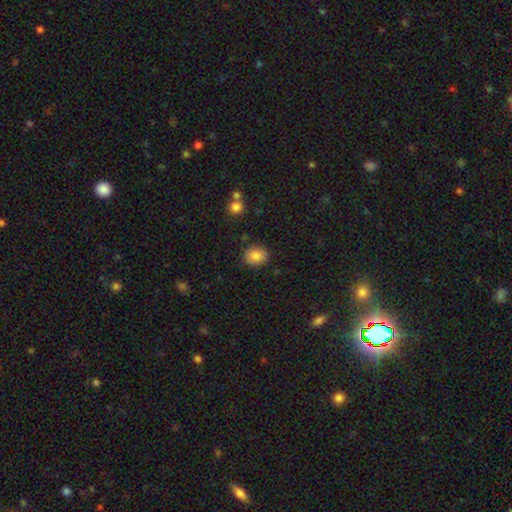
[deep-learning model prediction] This is clearly a smooth galaxy (86%). How rounded: possibly round (52%). Merging: clearly none (84%).